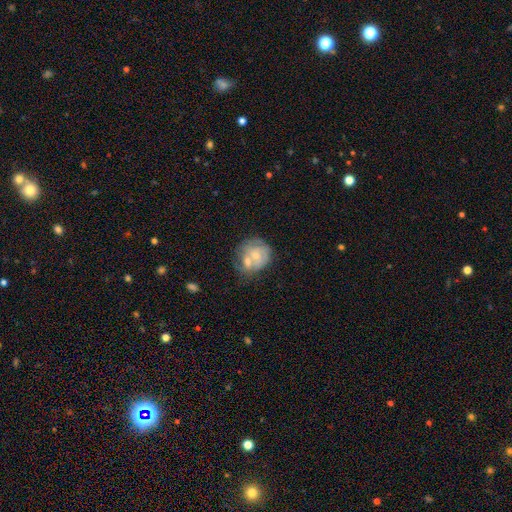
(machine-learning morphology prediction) Smooth or featured: smooth — 47% (featured or disk — 46%)
Merging: merger — 44% (none — 31%)